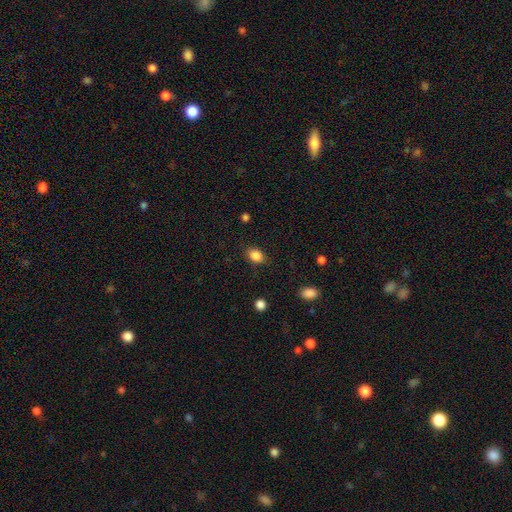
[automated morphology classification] This is clearly a smooth galaxy (86%). How rounded: likely in between (72%). Merging: clearly none (84%).